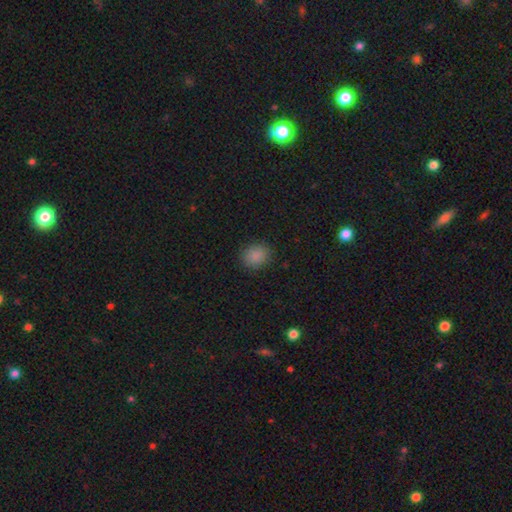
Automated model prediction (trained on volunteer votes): Smooth or featured: smooth — 87% (star or artifact — 10%)
How rounded: round — 60% (in between — 39%)
Merging: none — 86% (minor disturbance — 10%)